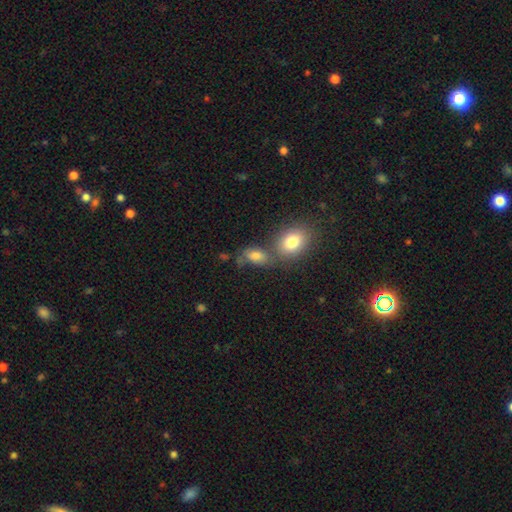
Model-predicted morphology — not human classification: A smooth galaxy with no disk features (74%) that is in between round and cigar-shaped (85%).

Vote fractions:
- Smooth or featured? smooth: 74% / featured or disk: 14% / star or artifact: 12%
- How rounded? in between: 85% / round: 11% / cigar-shaped: 3%
- Merging? none: 45% / merger: 32% / minor disturbance: 16% / major disturbance: 8%